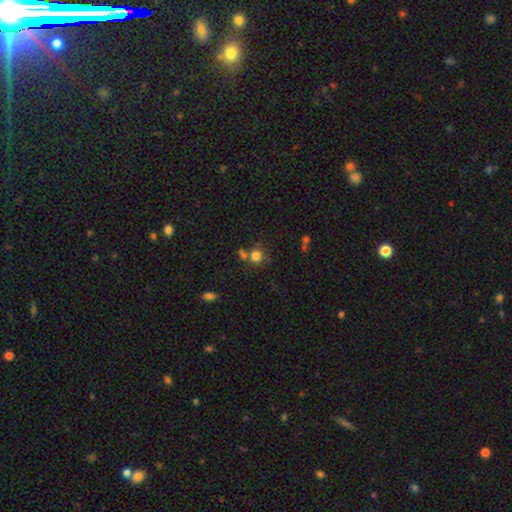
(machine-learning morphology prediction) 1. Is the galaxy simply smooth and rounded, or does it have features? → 79% smooth, 14% star or artifact, 8% featured or disk.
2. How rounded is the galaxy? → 87% round, 12% in between, 1% cigar-shaped.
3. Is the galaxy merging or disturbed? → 60% none, 24% merger, 11% minor disturbance, 5% major disturbance.